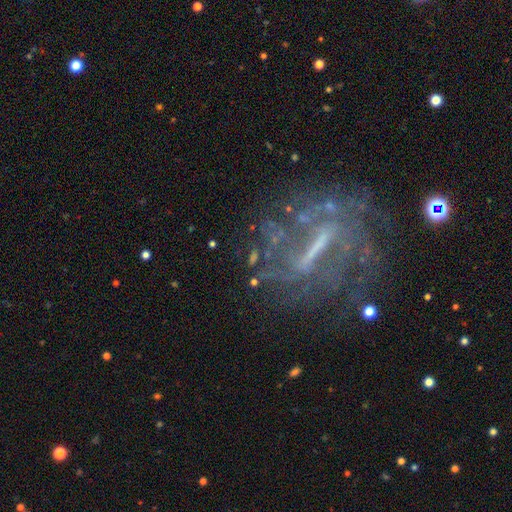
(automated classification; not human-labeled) Smooth or featured?
  - featured or disk: 76% *
  - star or artifact: 13%
  - smooth: 10%
Edge-on disk?
  - no: 86% *
  - yes: 14%
Bar?
  - strong: 66% *
  - weak: 22%
  - no: 12%
Spiral arms?
  - yes: 62% *
  - no: 38%
Bulge size?
  - none: 44% *
  - small: 29%
  - moderate: 22%
  - large: 4%
  - dominant: 2%
Merging?
  - none: 57% *
  - major disturbance: 22%
  - minor disturbance: 17%
  - merger: 4%